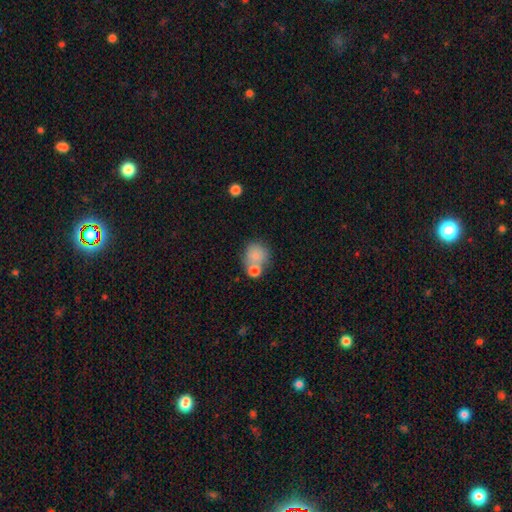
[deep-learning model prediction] smooth 79%, featured or disk 12%, star or artifact 9%. Down the decision tree: how rounded — round (80%); merging — none (43%).